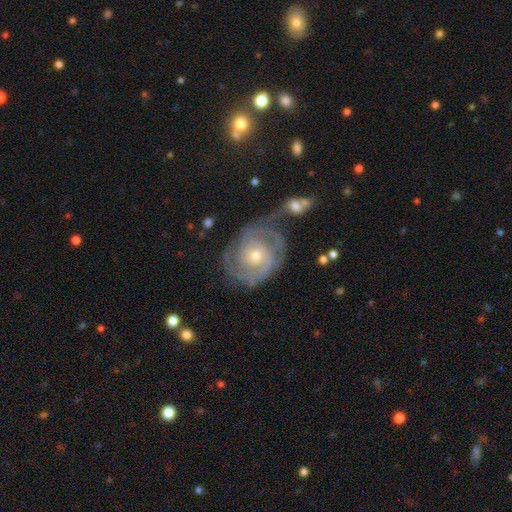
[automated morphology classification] featured or disk 87%, smooth 8%, star or artifact 5%. Down the decision tree: edge-on disk — no (98%); bar — no (74%); spiral arms — yes (96%); spiral arm count — 2 (48%); spiral winding — tight (69%); bulge size — small (57%); merging — none (60%).